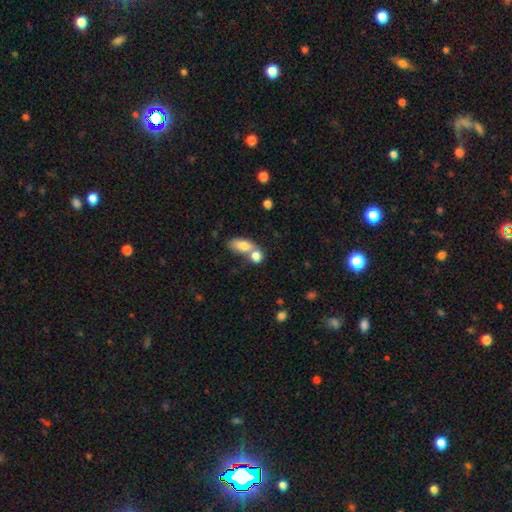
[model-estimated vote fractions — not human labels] Morphology: type=smooth (81%); roundness=in between (64%); merging=merger (54%).